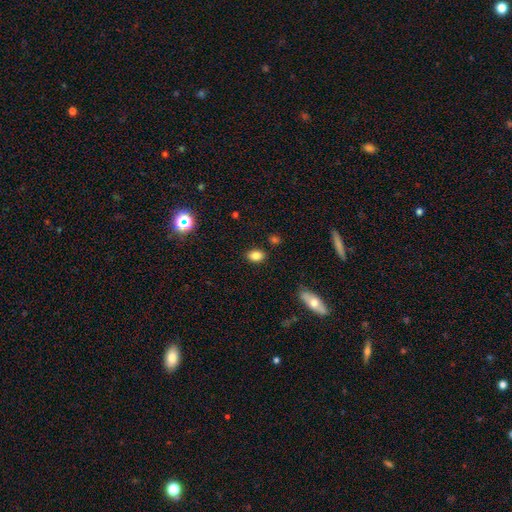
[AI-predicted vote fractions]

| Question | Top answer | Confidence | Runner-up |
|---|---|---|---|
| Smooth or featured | smooth | 84% | star or artifact (10%) |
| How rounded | in between | 78% | round (21%) |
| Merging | none | 86% | minor disturbance (9%) |